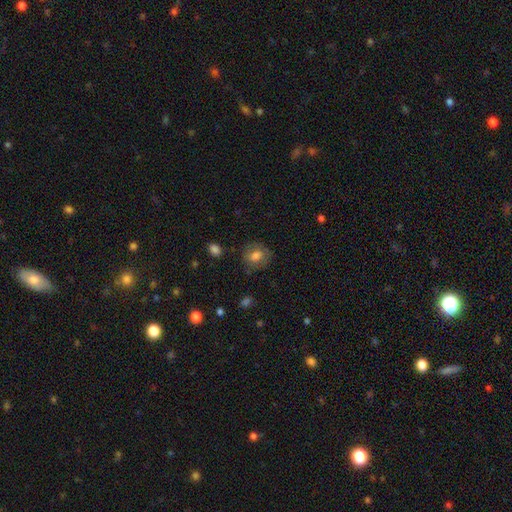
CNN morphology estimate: smooth_or_featured: smooth (p=0.72) [alt: featured or disk p=0.19]
how_rounded: round (p=0.66) [alt: in between p=0.33]
merging: none (p=0.77) [alt: minor disturbance p=0.15]